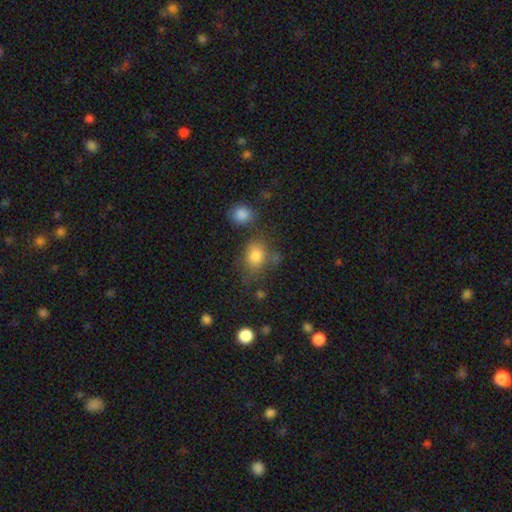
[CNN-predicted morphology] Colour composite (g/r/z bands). It shows a smooth galaxy with no disk features (80%) that is in between round and cigar-shaped (53%). Merging: none (61%).